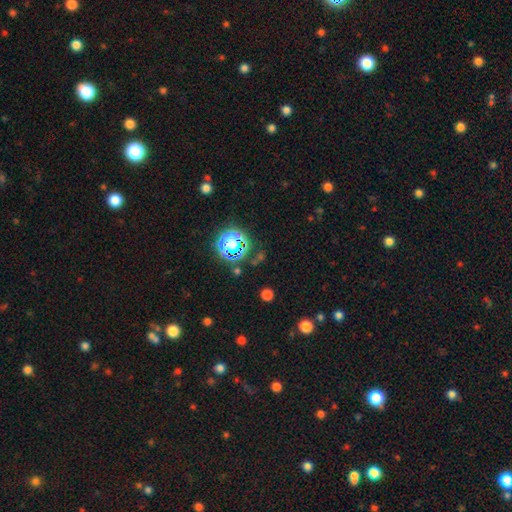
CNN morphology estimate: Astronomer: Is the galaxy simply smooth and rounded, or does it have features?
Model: star or artifact — 75%.